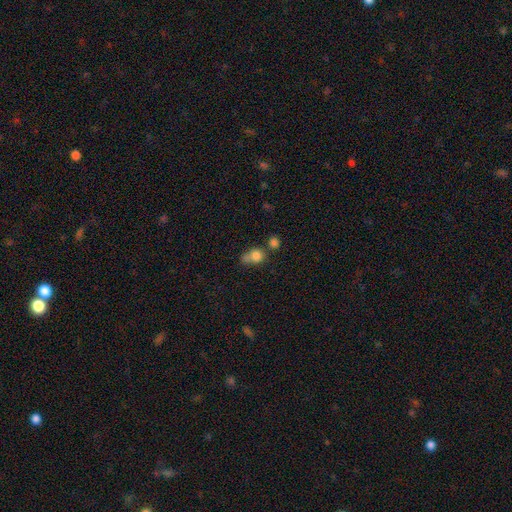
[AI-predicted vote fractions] A smooth galaxy with no disk features (78%) that is round (75%).

Vote fractions:
- Smooth or featured? smooth: 78% / star or artifact: 12% / featured or disk: 10%
- How rounded? round: 75% / in between: 23% / cigar-shaped: 1%
- Merging? merger: 42% / none: 38% / minor disturbance: 13% / major disturbance: 7%